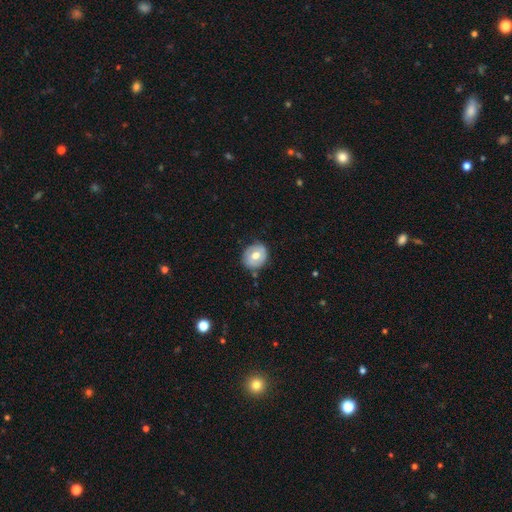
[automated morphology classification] Overall: smooth (58%; featured or disk 35%). How rounded: round (68%; in between 31%). Merging: none (80%).